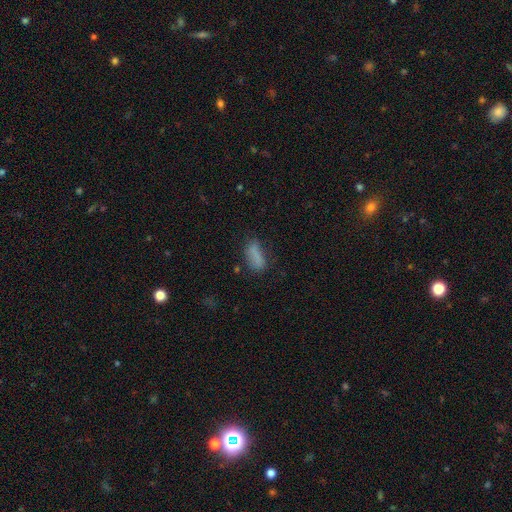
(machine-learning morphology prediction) The model was most divided on "merging": none: 59%, minor disturbance: 24%, major disturbance: 11%, merger: 5%. More confident: smooth or featured — smooth (79%); how rounded — in between (66%).